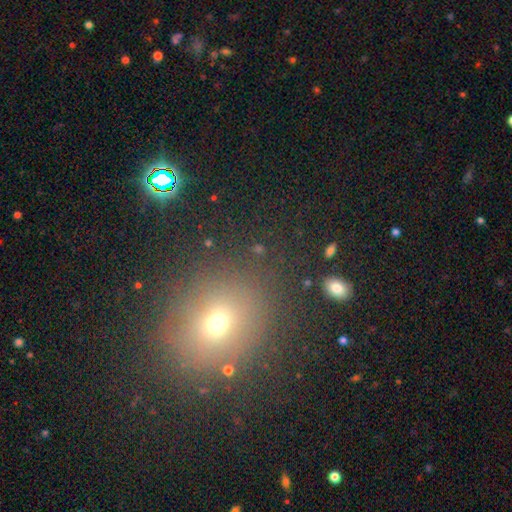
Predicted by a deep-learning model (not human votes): Smooth or featured?
  - smooth: 57% *
  - star or artifact: 33%
  - featured or disk: 10%
How rounded?
  - round: 71% *
  - in between: 27%
  - cigar-shaped: 2%
Merging?
  - none: 86% *
  - minor disturbance: 8%
  - major disturbance: 4%
  - merger: 2%